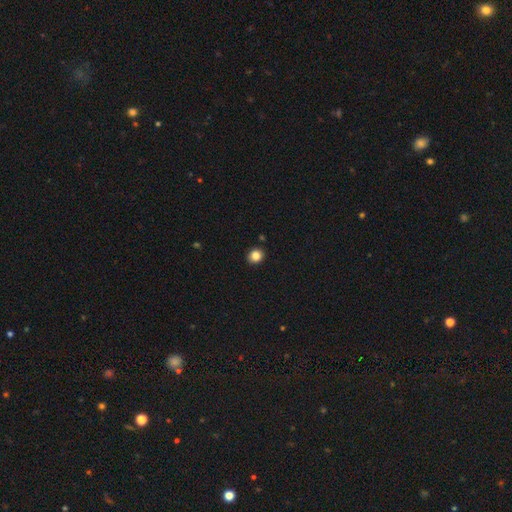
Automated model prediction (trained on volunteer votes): A smooth galaxy with no disk features (85%) that is round (76%).

Vote fractions:
- Smooth or featured? smooth: 85% / star or artifact: 11% / featured or disk: 5%
- How rounded? round: 76% / in between: 23% / cigar-shaped: 1%
- Merging? none: 91% / minor disturbance: 6% / major disturbance: 2% / merger: 1%